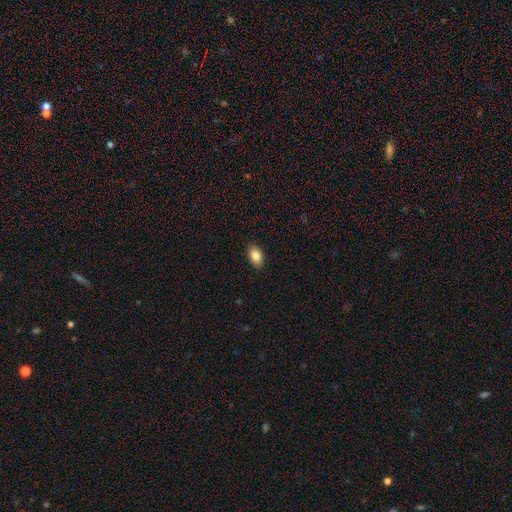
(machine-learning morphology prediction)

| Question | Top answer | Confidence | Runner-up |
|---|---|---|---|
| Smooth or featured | smooth | 85% | star or artifact (8%) |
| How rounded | in between | 89% | round (9%) |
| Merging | none | 89% | minor disturbance (9%) |